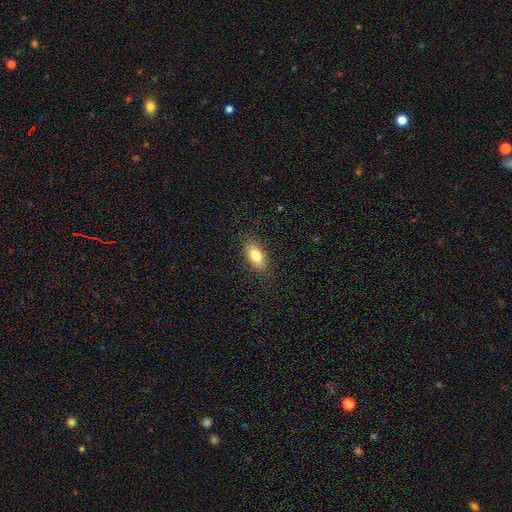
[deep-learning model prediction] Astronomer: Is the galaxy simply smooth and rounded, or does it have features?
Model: smooth — 78%.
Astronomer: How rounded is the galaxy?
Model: in between — 87%.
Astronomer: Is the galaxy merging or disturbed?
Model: none — 86%.